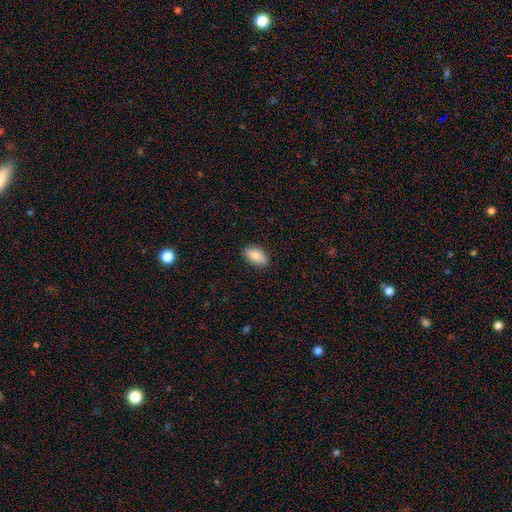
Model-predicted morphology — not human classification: This appears to be a smooth galaxy with no disk features (82%) that is in between round and cigar-shaped (86%). Merging: none (87%).